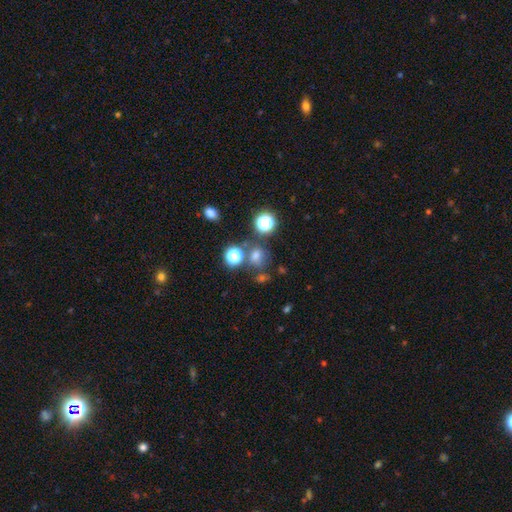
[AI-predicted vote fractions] This appears to be a smooth galaxy with no disk features (57%) that is round (74%). Merging: none (64%).